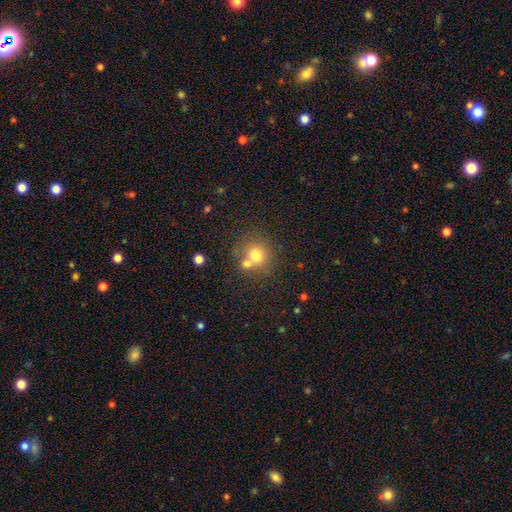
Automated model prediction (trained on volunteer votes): smooth_or_featured: smooth (p=0.72) [alt: featured or disk p=0.15]
how_rounded: round (p=0.86) [alt: in between p=0.13]
merging: none (p=0.54) [alt: merger p=0.32]